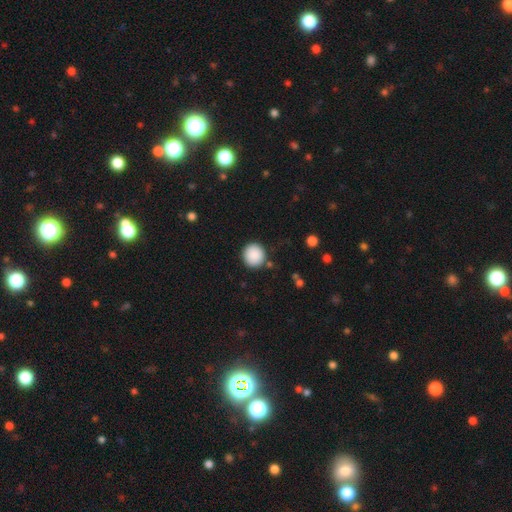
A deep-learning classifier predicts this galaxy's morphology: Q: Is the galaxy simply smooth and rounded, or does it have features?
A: smooth — 89%.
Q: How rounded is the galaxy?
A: round — 92%.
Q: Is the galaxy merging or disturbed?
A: none — 88%.